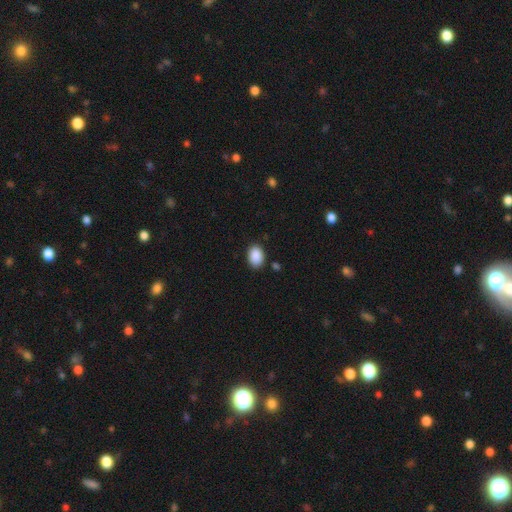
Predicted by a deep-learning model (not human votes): Overall: smooth (90%). How rounded: in between (79%). Merging: none (86%).